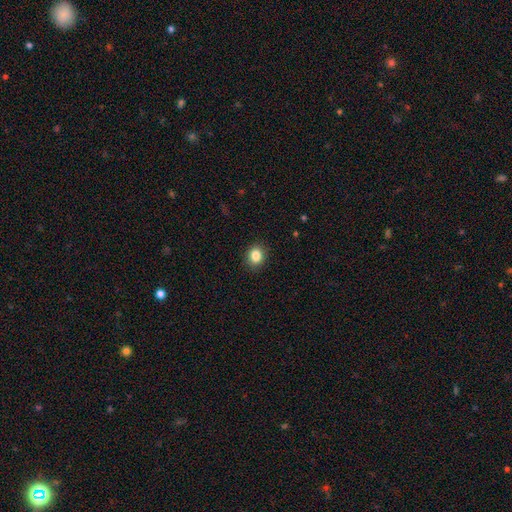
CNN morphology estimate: Overall: smooth (85%). How rounded: round (63%; in between 36%). Merging: none (89%).